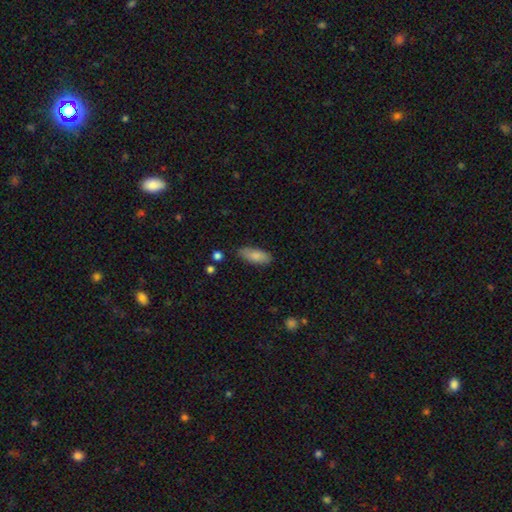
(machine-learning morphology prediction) This appears to be a smooth galaxy with no disk features (82%) that is in between round and cigar-shaped (77%). Merging: none (80%).